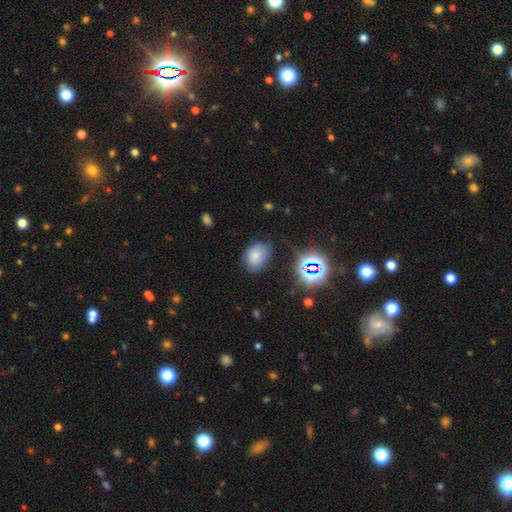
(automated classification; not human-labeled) Overall: smooth (74%). How rounded: in between (71%). Merging: none (66%).